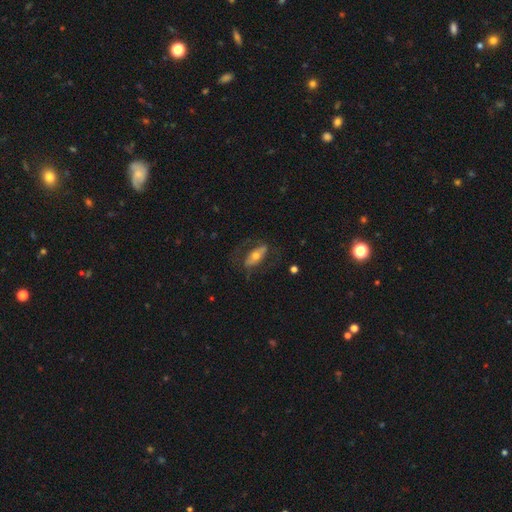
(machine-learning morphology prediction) Smooth or featured? featured or disk (50%)
Edge-on disk? no (74%)
Merging? none (66%)